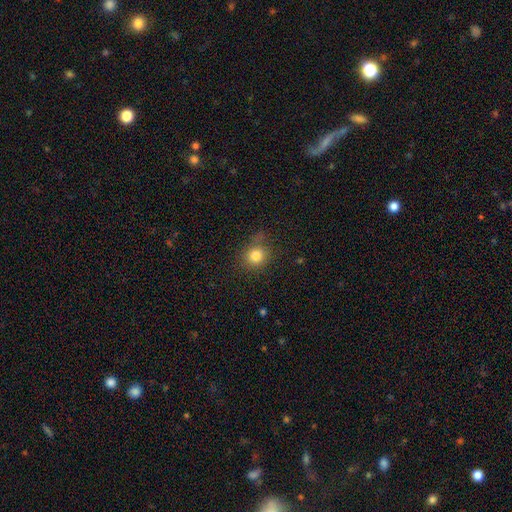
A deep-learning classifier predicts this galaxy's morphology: smooth_or_featured: smooth (p=0.79) [alt: star or artifact p=0.13]
how_rounded: round (p=0.78) [alt: in between p=0.21]
merging: none (p=0.70) [alt: minor disturbance p=0.19]